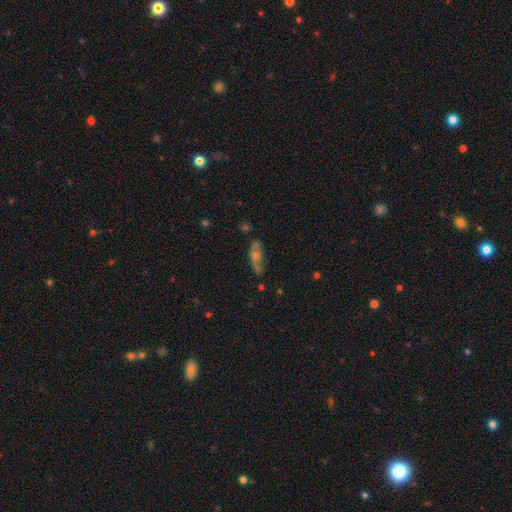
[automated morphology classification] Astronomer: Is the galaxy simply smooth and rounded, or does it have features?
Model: featured or disk — 52% (runner-up: smooth, 38%).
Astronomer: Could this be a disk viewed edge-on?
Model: no — 63%.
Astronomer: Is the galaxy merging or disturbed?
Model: none — 67%.